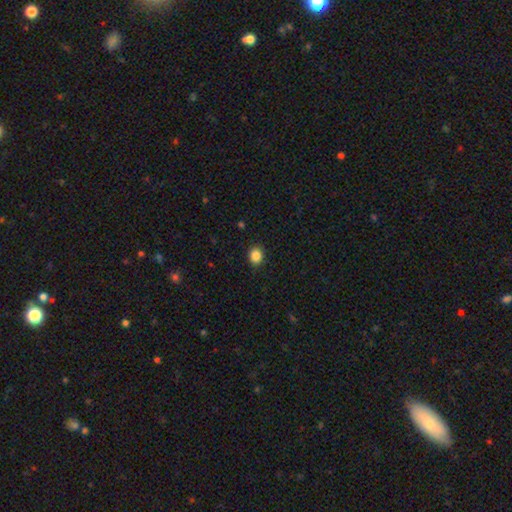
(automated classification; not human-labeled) A smooth galaxy with no disk features (87%) that is round (60%). Merging: none (90%).